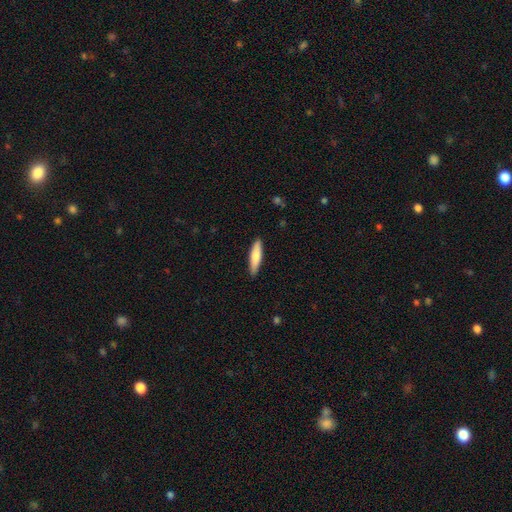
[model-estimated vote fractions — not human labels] A smooth galaxy with no disk features (74%) that is cigar-shaped (79%). Merging: none (89%).